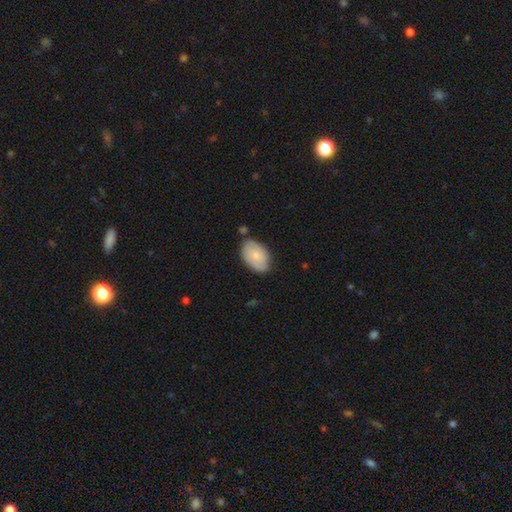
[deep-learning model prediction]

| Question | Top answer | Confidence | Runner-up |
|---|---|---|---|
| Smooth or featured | smooth | 67% | featured or disk (27%) |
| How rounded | in between | 90% | round (9%) |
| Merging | none | 71% | minor disturbance (21%) |